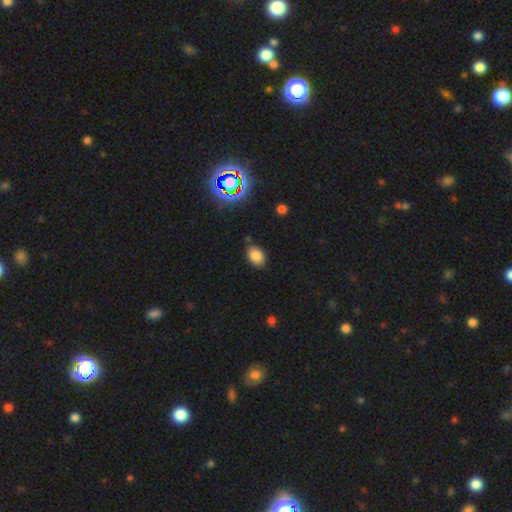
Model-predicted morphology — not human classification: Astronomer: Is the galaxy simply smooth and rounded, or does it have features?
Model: smooth — 80%.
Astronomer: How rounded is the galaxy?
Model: in between — 73%.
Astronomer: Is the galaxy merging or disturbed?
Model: none — 81%.